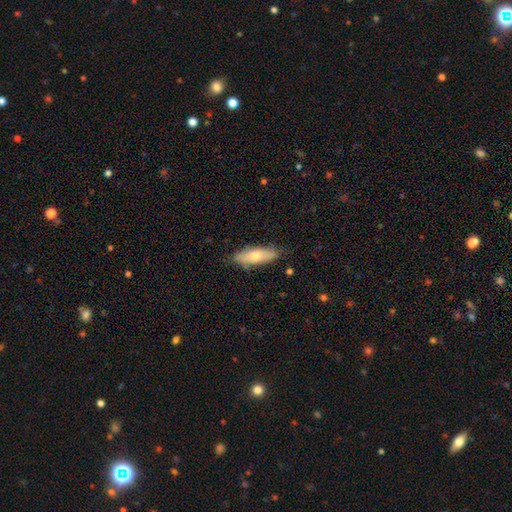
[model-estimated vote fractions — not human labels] Smooth or featured: smooth — 60% (featured or disk — 34%)
How rounded: in between — 54% (cigar-shaped — 43%)
Merging: none — 82% (minor disturbance — 14%)